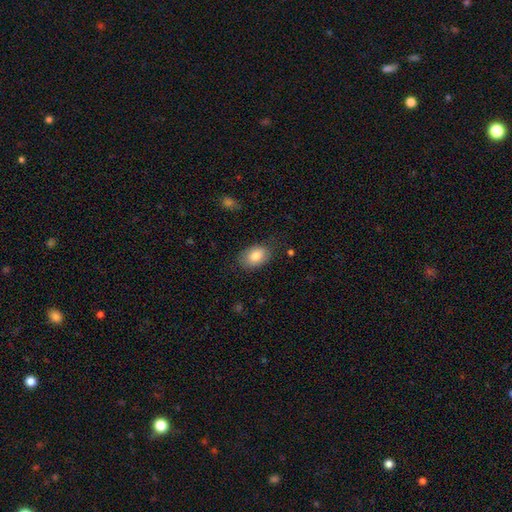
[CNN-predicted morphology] Overall: smooth (83%). How rounded: in between (86%). Merging: none (77%).